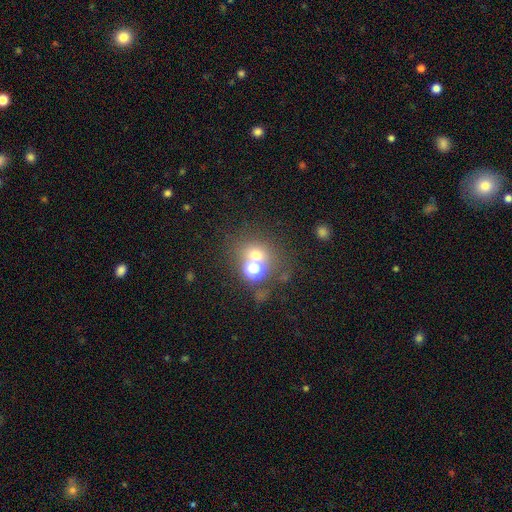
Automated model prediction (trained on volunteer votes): Q: Smooth or featured?
A: smooth (57%); runner-up: star or artifact (31%)
Q: How rounded?
A: round (75%); runner-up: in between (24%)
Q: Merging?
A: none (60%); runner-up: merger (25%)